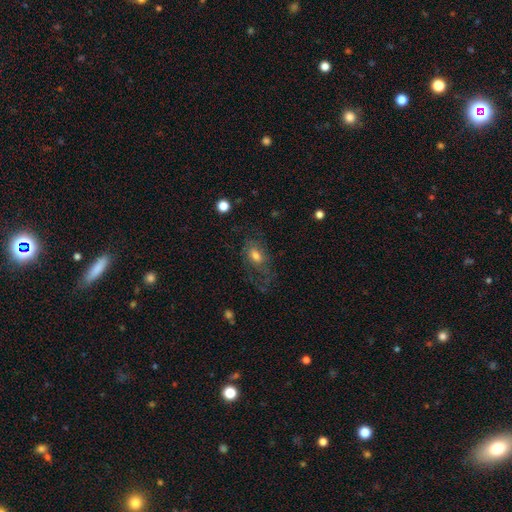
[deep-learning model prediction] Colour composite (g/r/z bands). It shows a smooth galaxy with no disk features (52%) that is in between round and cigar-shaped (83%). Merging: none (47%).